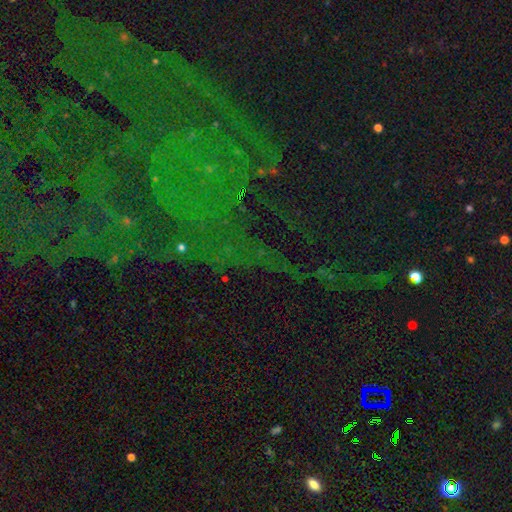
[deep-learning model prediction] smooth_or_featured: star or artifact (p=0.81) [alt: featured or disk p=0.10]